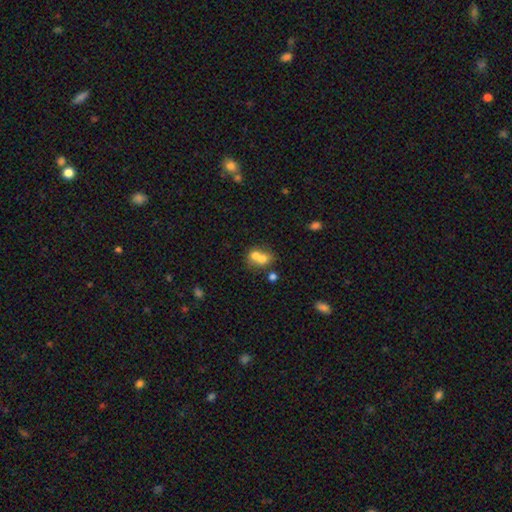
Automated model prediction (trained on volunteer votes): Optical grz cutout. It shows a smooth galaxy with no disk features (66%) that is round (62%). Merging: merger (67%).